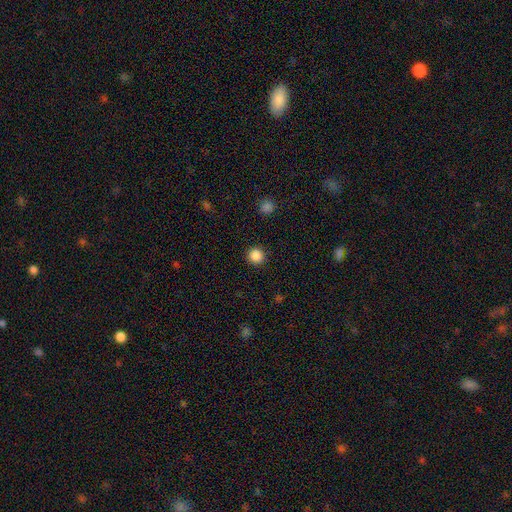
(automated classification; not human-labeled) Smooth or featured? smooth (87%)
How rounded? round (96%)
Merging? none (92%)